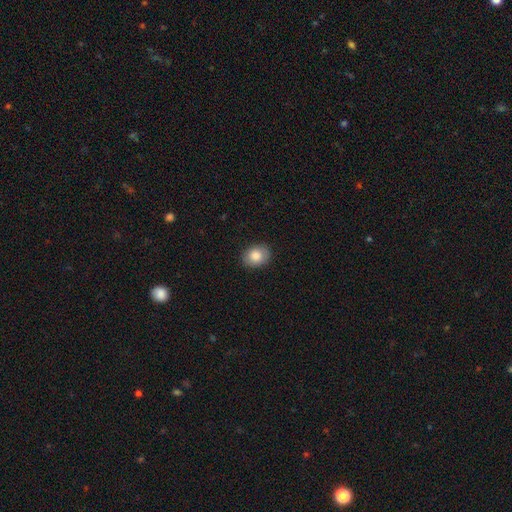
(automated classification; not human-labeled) Smooth or featured?
  - smooth: 85% *
  - star or artifact: 8%
  - featured or disk: 7%
How rounded?
  - in between: 55% *
  - round: 44%
  - cigar-shaped: 1%
Merging?
  - none: 86% *
  - minor disturbance: 11%
  - major disturbance: 2%
  - merger: 1%